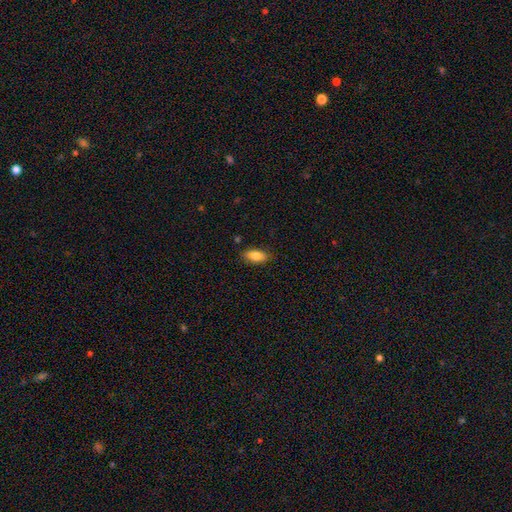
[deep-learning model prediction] Overall: smooth (83%). How rounded: in between (87%). Merging: none (85%).